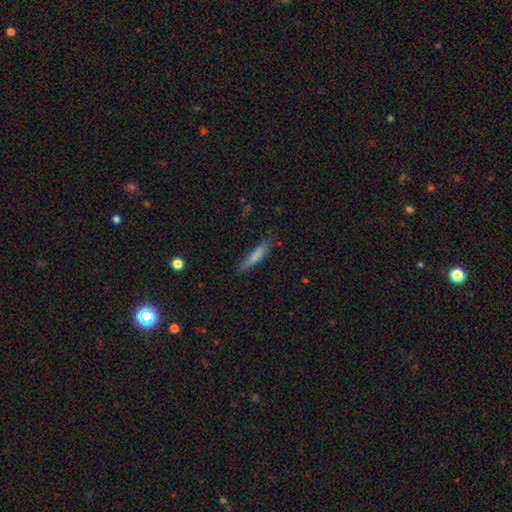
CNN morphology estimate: Smooth or featured: smooth — 79% (featured or disk — 14%)
How rounded: cigar-shaped — 87% (in between — 12%)
Merging: none — 77% (minor disturbance — 17%)